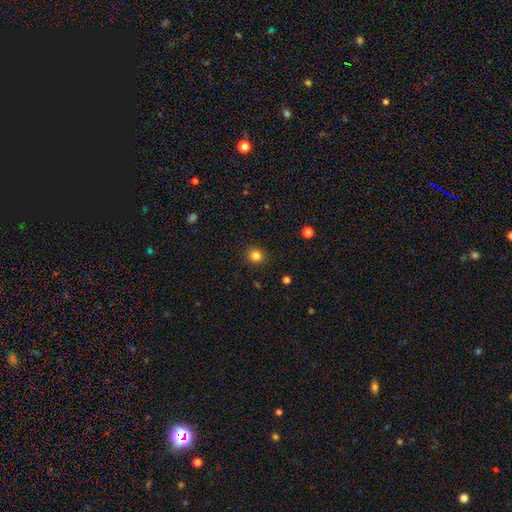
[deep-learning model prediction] This appears to be a smooth galaxy with no disk features (84%) that is round (83%). Merging: none (90%).